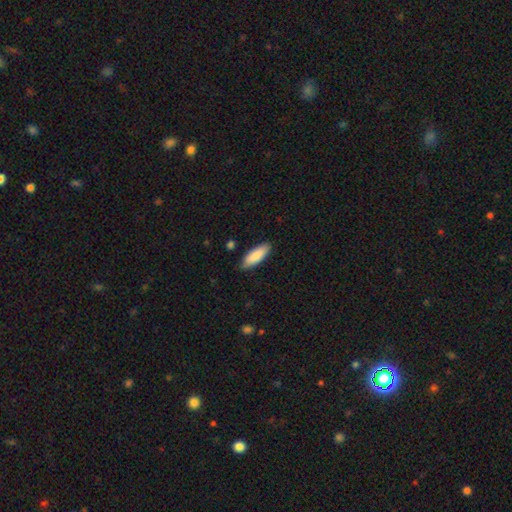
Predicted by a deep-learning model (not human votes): smooth 86%, featured or disk 9%, star or artifact 5%. Down the decision tree: how rounded — in between (67%); merging — none (86%).